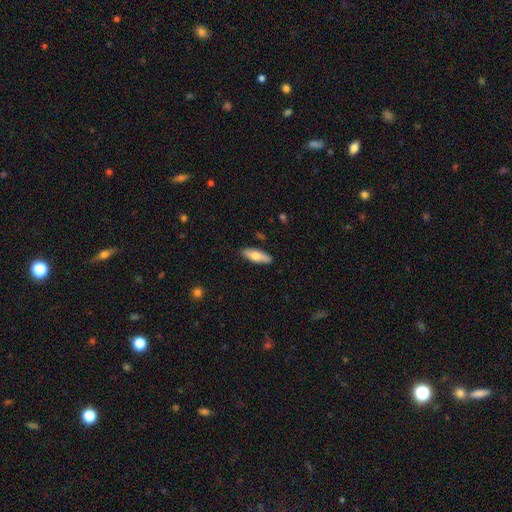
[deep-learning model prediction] smooth_or_featured: smooth (p=0.70) [alt: featured or disk p=0.25]
how_rounded: in between (p=0.57) [alt: cigar-shaped p=0.41]
merging: none (p=0.87) [alt: minor disturbance p=0.10]